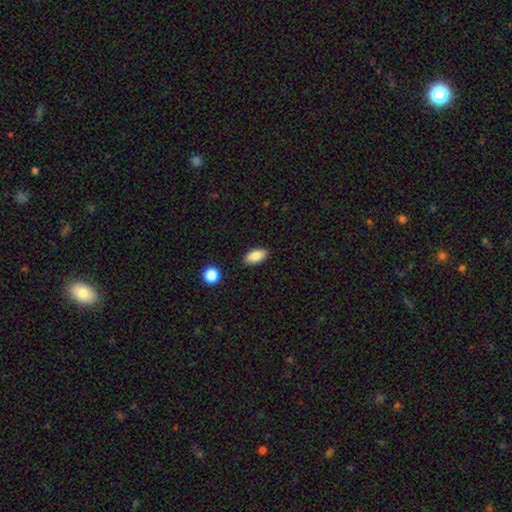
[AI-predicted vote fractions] smooth 85%, star or artifact 8%, featured or disk 7%. Down the decision tree: how rounded — in between (91%); merging — none (87%).